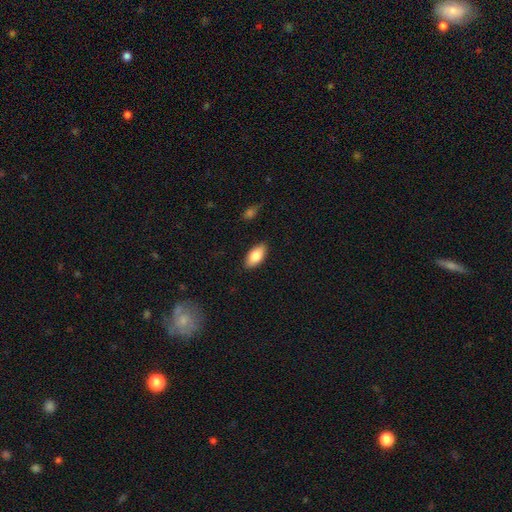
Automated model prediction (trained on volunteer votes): Q: Smooth or featured?
A: smooth (80%); runner-up: featured or disk (14%)
Q: How rounded?
A: in between (91%); runner-up: cigar-shaped (6%)
Q: Merging?
A: none (88%); runner-up: minor disturbance (9%)